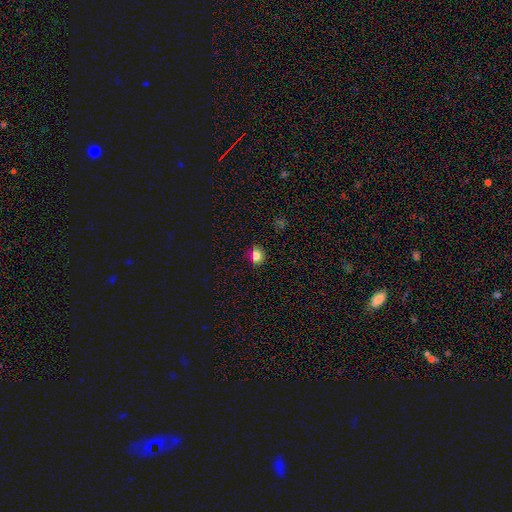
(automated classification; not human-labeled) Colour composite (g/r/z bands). It shows a smooth galaxy with no disk features (77%) that is round (64%). Merging: none (86%).